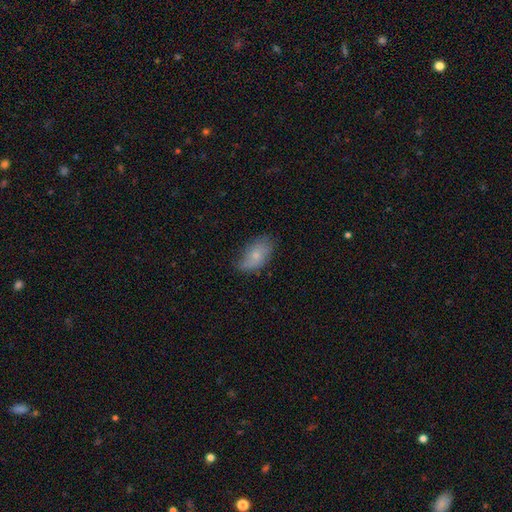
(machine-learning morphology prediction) The model was most divided on "merging": none: 62%, minor disturbance: 30%, major disturbance: 7%, merger: 1%. More confident: how rounded — in between (92%); smooth or featured — smooth (67%).